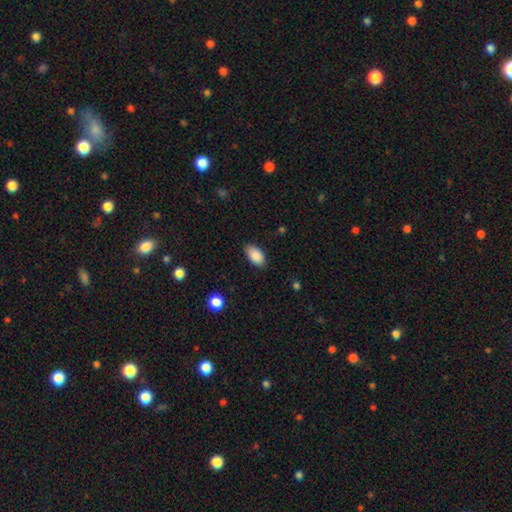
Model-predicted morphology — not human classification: Smooth or featured: smooth — 88% (star or artifact — 7%)
How rounded: in between — 93% (round — 5%)
Merging: none — 82% (minor disturbance — 14%)